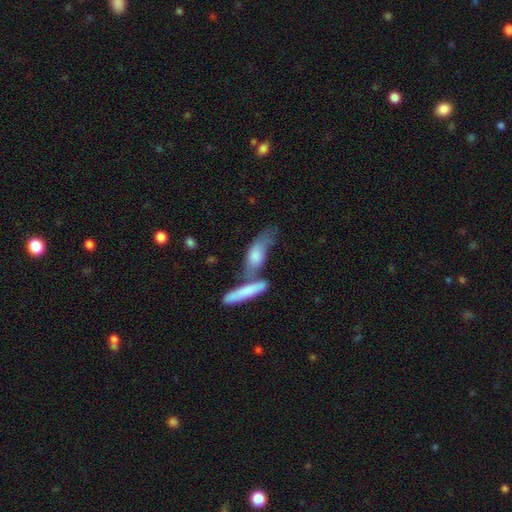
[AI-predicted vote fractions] This appears to be a smooth galaxy with no disk features (66%) that is in between round and cigar-shaped (50%). Merging: merger (38%).